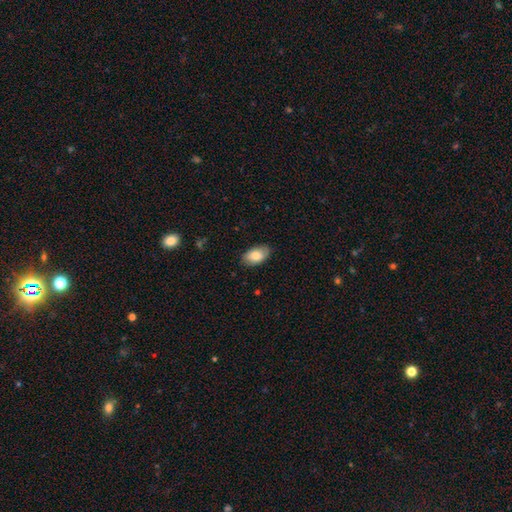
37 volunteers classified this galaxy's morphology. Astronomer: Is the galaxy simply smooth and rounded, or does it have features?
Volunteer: smooth — 76%.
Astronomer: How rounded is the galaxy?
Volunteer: in between — 93%.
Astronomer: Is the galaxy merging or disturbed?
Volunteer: none — 97%.